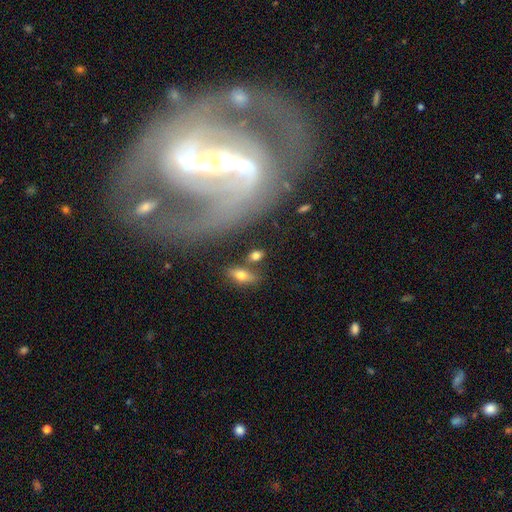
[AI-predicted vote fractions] Overall: smooth (72%). How rounded: in between (78%). Merging: none (71%).